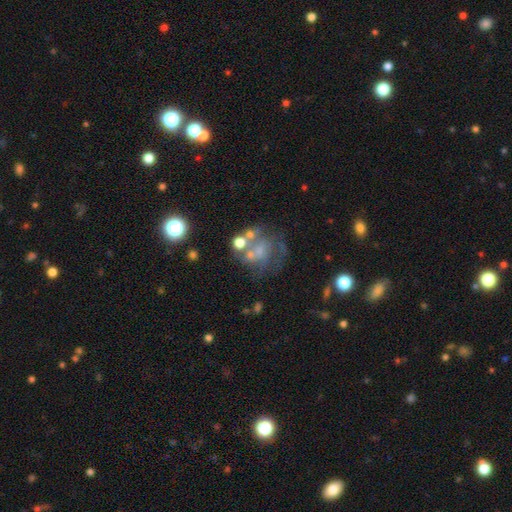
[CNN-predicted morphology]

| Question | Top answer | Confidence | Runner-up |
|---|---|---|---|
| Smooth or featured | featured or disk | 54% | smooth (28%) |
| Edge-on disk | no | 98% | yes (2%) |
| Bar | no | 82% | weak (14%) |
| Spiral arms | no | 64% | yes (36%) |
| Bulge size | none | 43% | small (30%) |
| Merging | none | 40% | major disturbance (25%) |